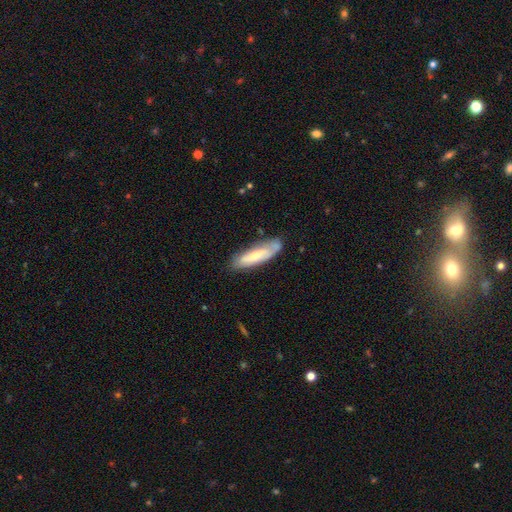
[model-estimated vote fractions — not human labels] Overall: smooth (60%; featured or disk 33%). How rounded: cigar-shaped (67%; in between 31%). Merging: none (70%).